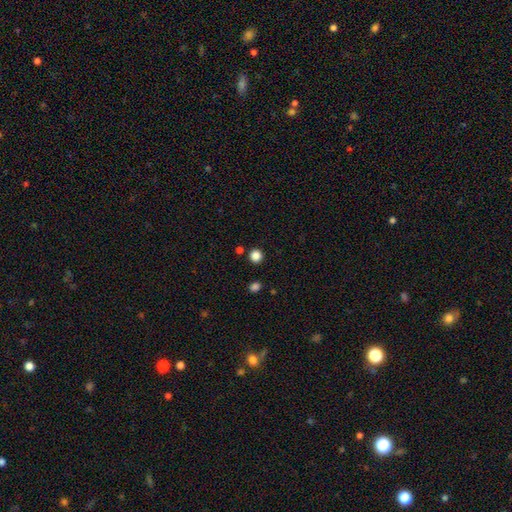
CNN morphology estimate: Smooth or featured: smooth — 85% (star or artifact — 12%)
How rounded: round — 92% (in between — 7%)
Merging: none — 89% (minor disturbance — 5%)